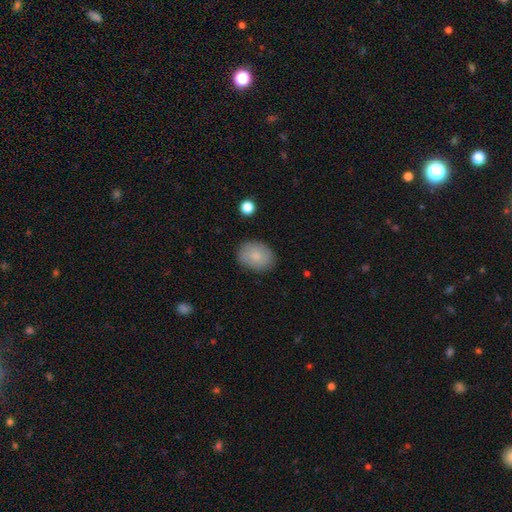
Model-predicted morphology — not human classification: Smooth or featured: smooth — 82% (featured or disk — 11%)
How rounded: in between — 69% (round — 30%)
Merging: none — 84% (minor disturbance — 12%)